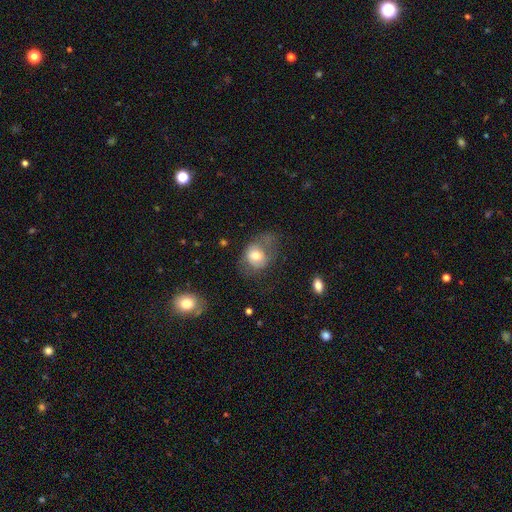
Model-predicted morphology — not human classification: Smooth or featured?
  - smooth: 66% *
  - featured or disk: 25%
  - star or artifact: 9%
How rounded?
  - round: 58% *
  - in between: 41%
  - cigar-shaped: 1%
Merging?
  - none: 38% *
  - major disturbance: 33%
  - minor disturbance: 26%
  - merger: 3%